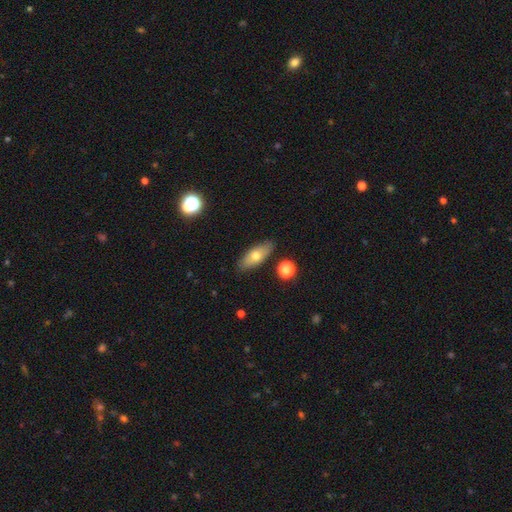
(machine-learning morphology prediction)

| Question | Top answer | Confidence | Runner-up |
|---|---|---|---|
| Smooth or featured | smooth | 66% | featured or disk (27%) |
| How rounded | in between | 76% | cigar-shaped (20%) |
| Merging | none | 85% | minor disturbance (10%) |